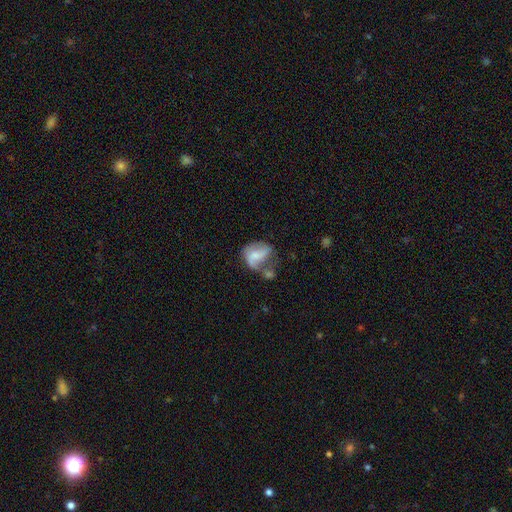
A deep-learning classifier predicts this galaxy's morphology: A featured or disk galaxy (52%) with no bar (49%), spiral arms (68%) and a small central bulge (36%).

Vote fractions:
- Smooth or featured? featured or disk: 52% / smooth: 40% / star or artifact: 9%
- Edge-on disk? no: 97% / yes: 3%
- Bar? no: 49% / weak: 38% / strong: 12%
- Spiral arms? yes: 68% / no: 32%
- Bulge size? small: 36% / moderate: 34% / none: 22% / large: 6% / dominant: 2%
- Merging? major disturbance: 27% (tied) / none: 27% (tied) / merger: 24% / minor disturbance: 23%